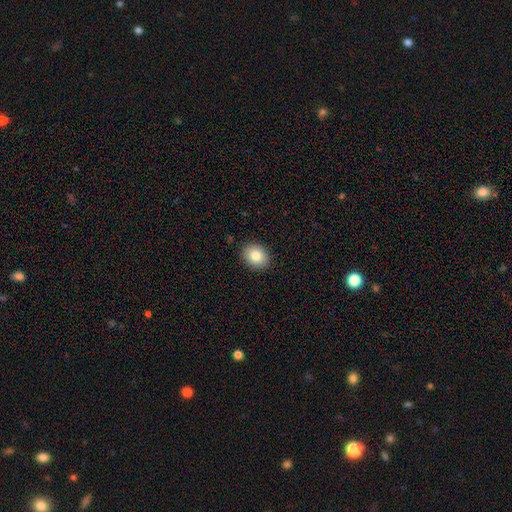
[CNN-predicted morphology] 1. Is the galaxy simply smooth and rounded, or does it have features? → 82% smooth, 9% star or artifact, 9% featured or disk.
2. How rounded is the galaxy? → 54% round, 45% in between, 1% cigar-shaped.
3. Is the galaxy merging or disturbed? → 90% none, 7% minor disturbance, 2% major disturbance, 1% merger.